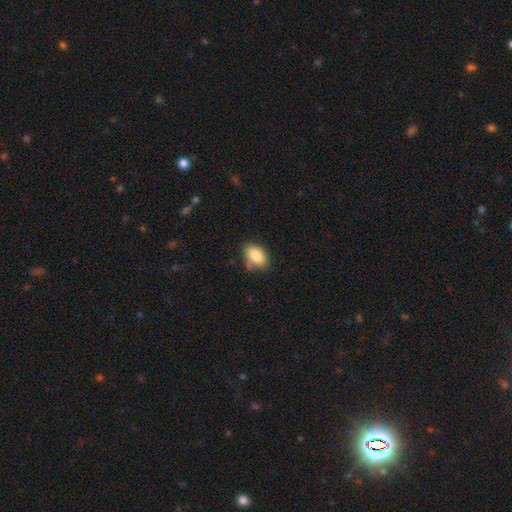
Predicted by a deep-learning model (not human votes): smooth_or_featured: smooth (p=0.84) [alt: featured or disk p=0.08]
how_rounded: in between (p=0.88) [alt: round p=0.10]
merging: none (p=0.68) [alt: minor disturbance p=0.23]